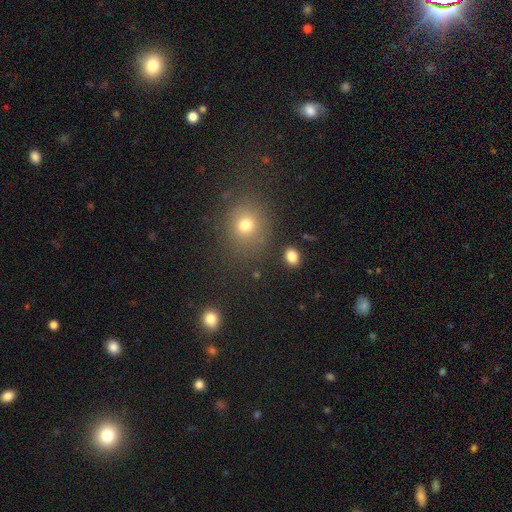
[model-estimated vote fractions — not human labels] A smooth galaxy with no disk features (58%) that is round (77%). Merging: none (85%).